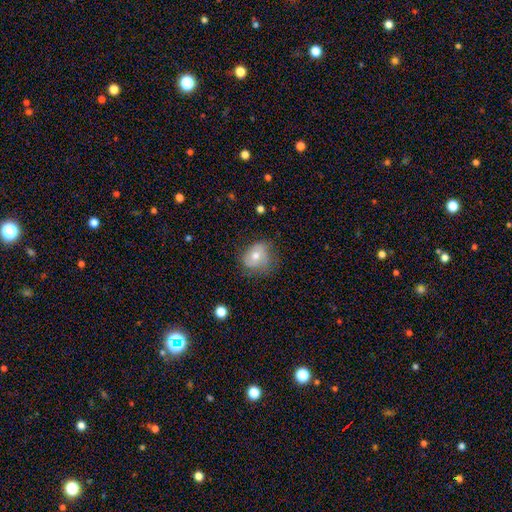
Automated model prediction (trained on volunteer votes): Q: Smooth or featured?
A: smooth (59%); runner-up: featured or disk (32%)
Q: How rounded?
A: round (58%); runner-up: in between (41%)
Q: Merging?
A: none (54%); runner-up: minor disturbance (30%)